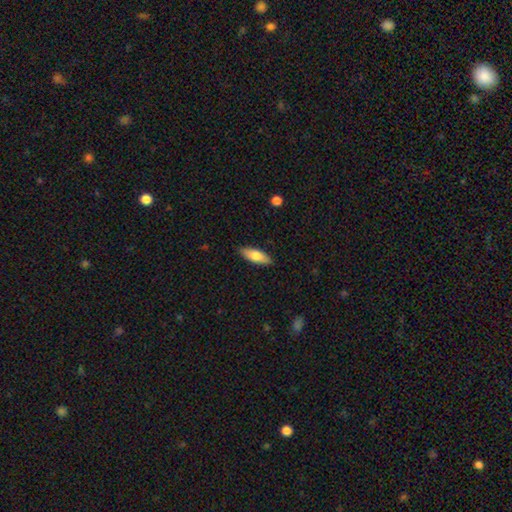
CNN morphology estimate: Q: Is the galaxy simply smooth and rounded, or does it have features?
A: smooth — 73%.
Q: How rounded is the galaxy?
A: in between — 67%.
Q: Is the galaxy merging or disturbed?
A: none — 88%.